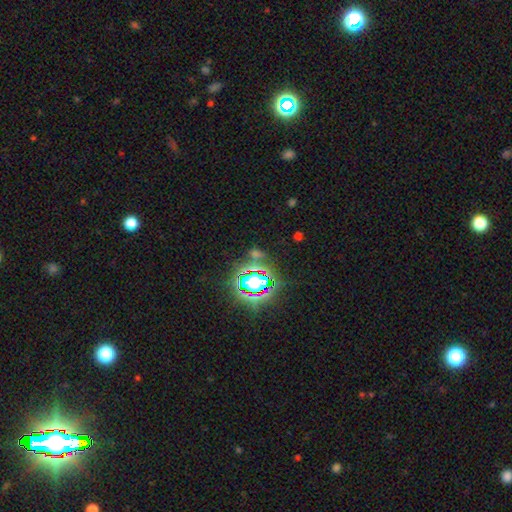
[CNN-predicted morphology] Q: Smooth or featured?
A: star or artifact (70%); runner-up: smooth (20%)